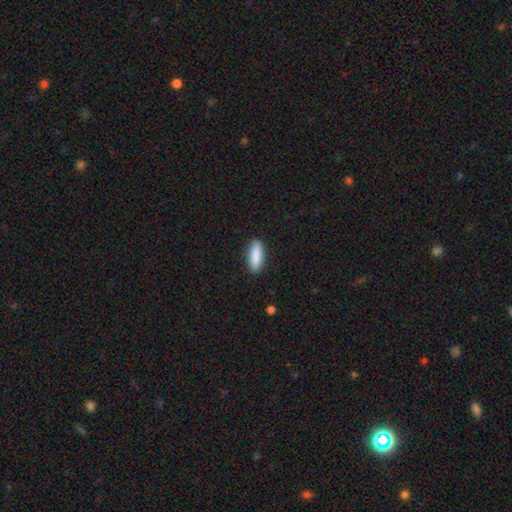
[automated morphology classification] Smooth or featured? Predicted: smooth (p=0.88). How rounded? Predicted: in between (p=0.55). Merging? Predicted: none (p=0.88).